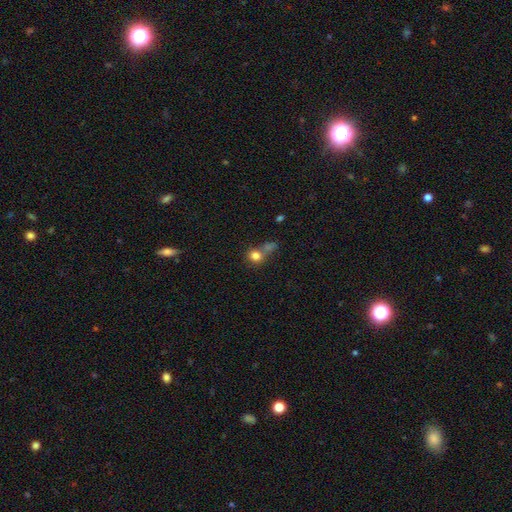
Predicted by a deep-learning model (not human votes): smooth_or_featured: smooth (p=0.79) [alt: star or artifact p=0.12]
how_rounded: round (p=0.81) [alt: in between p=0.18]
merging: none (p=0.43) [alt: merger p=0.38]